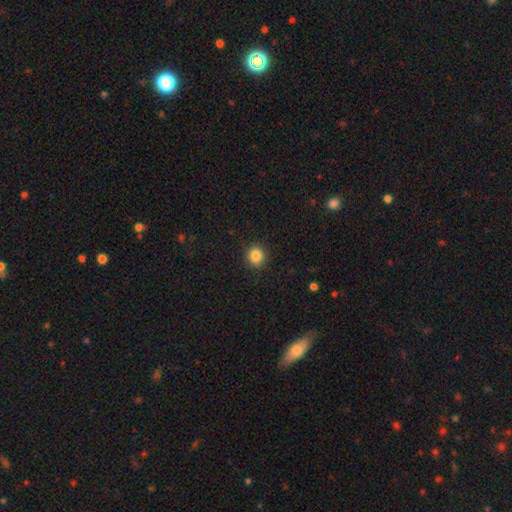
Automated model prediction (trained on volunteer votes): This appears to be a smooth galaxy with no disk features (85%) that is round (91%). Merging: none (92%).